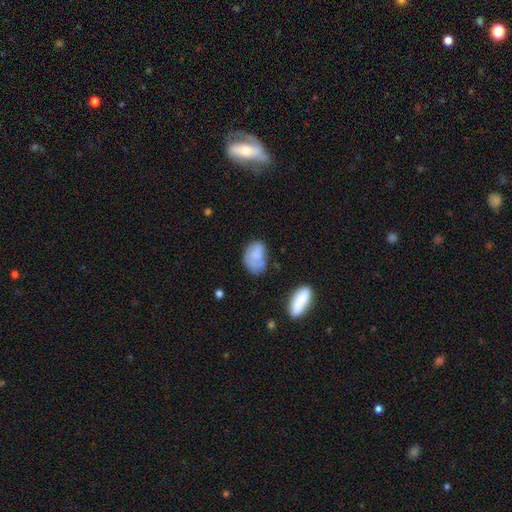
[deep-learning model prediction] Morphology: type=smooth (75%); roundness=in between (82%); merging=none (45%).